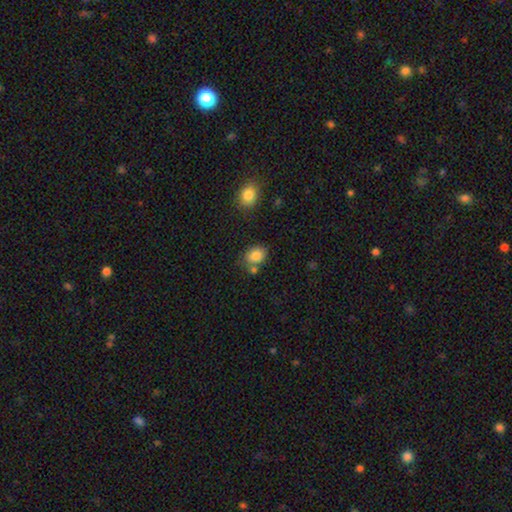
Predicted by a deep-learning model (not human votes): Smooth or featured? Predicted: smooth (p=0.83). How rounded? Predicted: in between (p=0.55). Merging? Predicted: none (p=0.64).